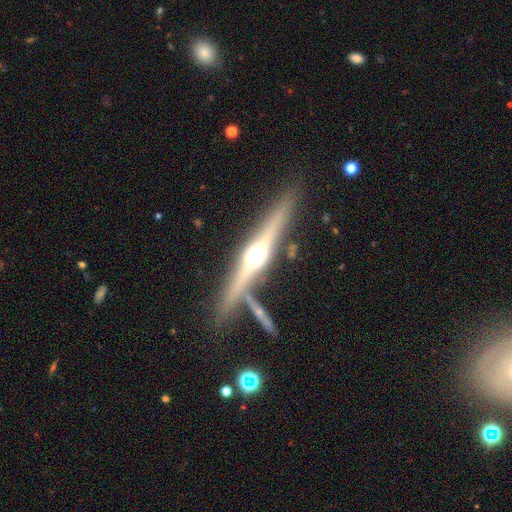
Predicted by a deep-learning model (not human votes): This appears to be a featured or disk galaxy (78%) viewed edge-on (97%) with a rounded central bulge (94%). Merging: none (77%).